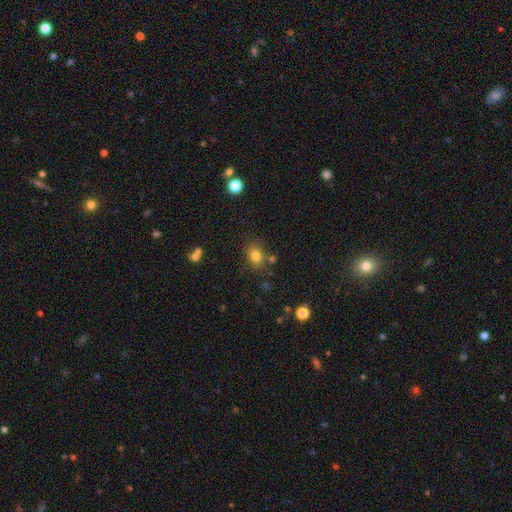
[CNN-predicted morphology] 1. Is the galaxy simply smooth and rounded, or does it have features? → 79% smooth, 13% star or artifact, 8% featured or disk.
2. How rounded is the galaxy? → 64% in between, 35% round, 1% cigar-shaped.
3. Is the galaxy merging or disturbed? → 72% none, 15% minor disturbance, 9% merger, 5% major disturbance.